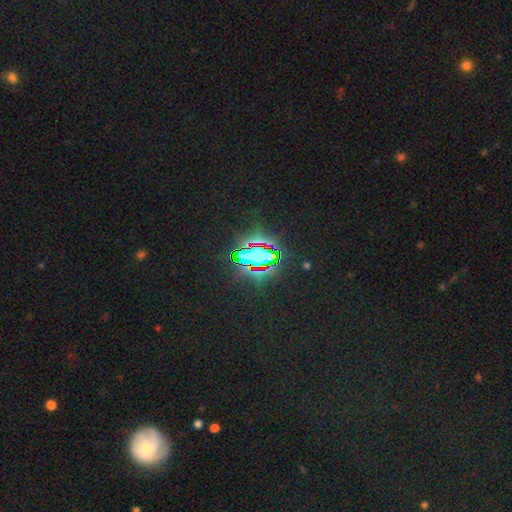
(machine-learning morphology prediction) Q: Smooth or featured?
A: star or artifact (71%); runner-up: smooth (17%)